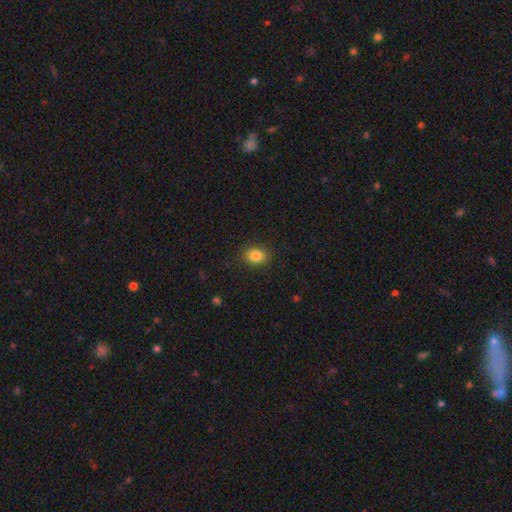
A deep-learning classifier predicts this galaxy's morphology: type=smooth (85%); roundness=in between (57%); merging=none (88%).